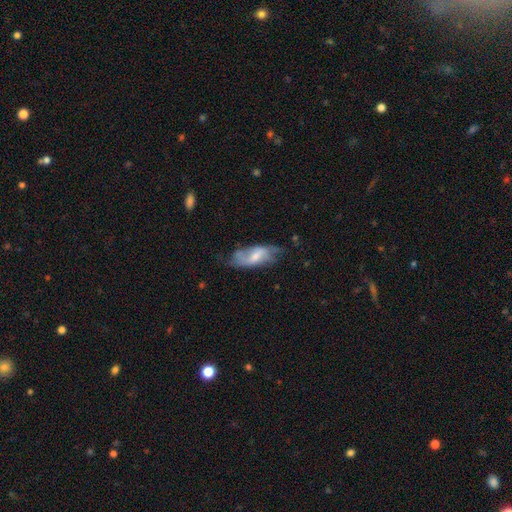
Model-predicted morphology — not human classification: A featured or disk galaxy (53%).

Vote fractions:
- Smooth or featured? featured or disk: 53% / smooth: 40% / star or artifact: 7%
- Edge-on disk? no: 87% / yes: 13%
- Merging? none: 51% / minor disturbance: 31% / major disturbance: 15% / merger: 3%